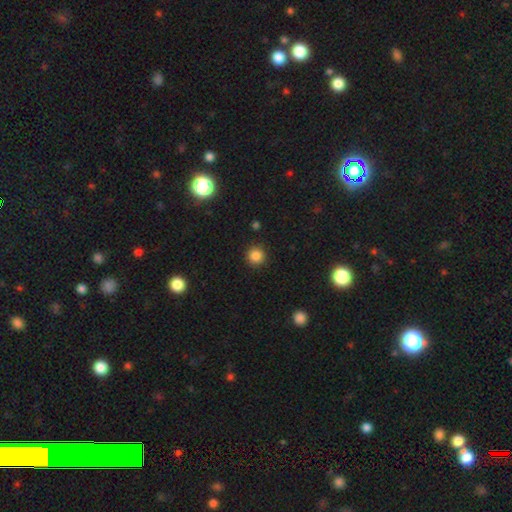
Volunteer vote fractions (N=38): Overall: smooth (84%). How rounded: round (100%). Merging: none (89%).